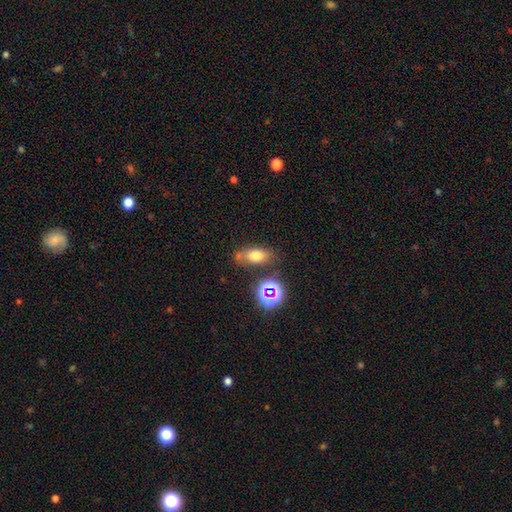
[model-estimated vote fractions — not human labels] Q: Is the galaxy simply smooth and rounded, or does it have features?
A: smooth — 69%.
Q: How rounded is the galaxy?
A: in between — 77%.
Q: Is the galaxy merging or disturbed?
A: none — 64%.